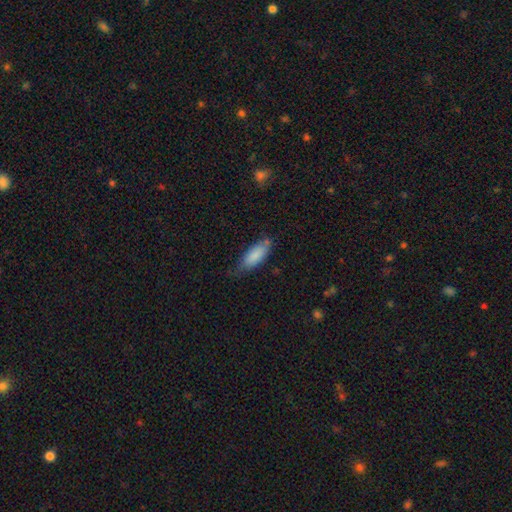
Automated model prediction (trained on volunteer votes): Q: Smooth or featured?
A: smooth (81%); runner-up: featured or disk (11%)
Q: How rounded?
A: in between (64%); runner-up: cigar-shaped (34%)
Q: Merging?
A: none (64%); runner-up: minor disturbance (27%)